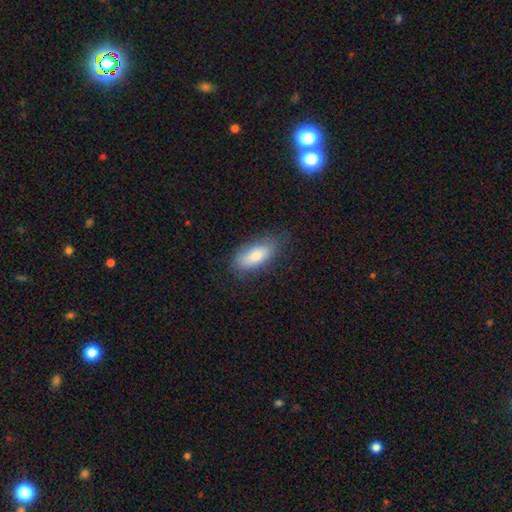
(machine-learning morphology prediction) A smooth galaxy with no disk features (74%) that is in between round and cigar-shaped (81%). Merging: none (74%).